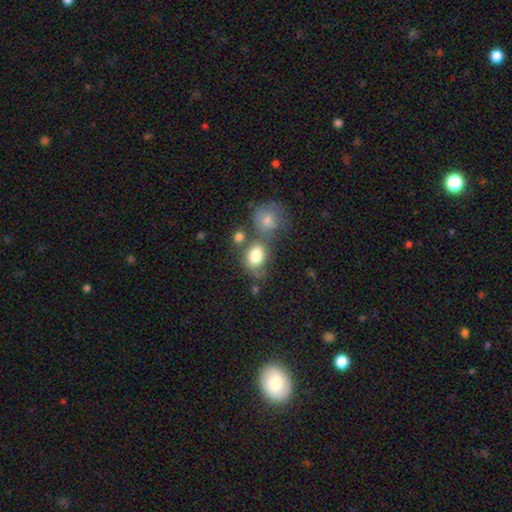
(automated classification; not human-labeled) Q: Smooth or featured?
A: smooth (79%); runner-up: featured or disk (11%)
Q: How rounded?
A: in between (65%); runner-up: round (34%)
Q: Merging?
A: none (46%); runner-up: merger (29%)